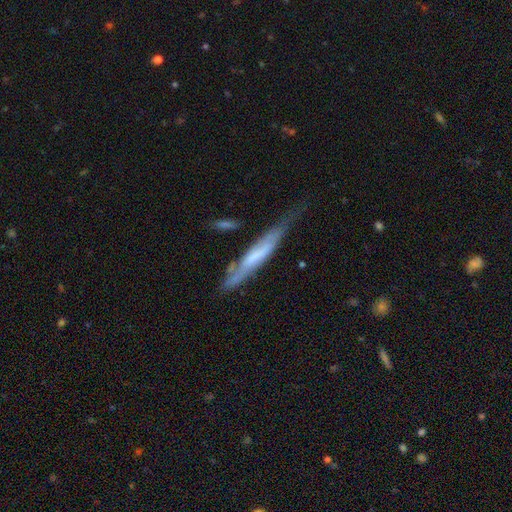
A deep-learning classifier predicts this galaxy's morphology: A featured or disk galaxy (58%) viewed edge-on (75%). Merging: none (48%).